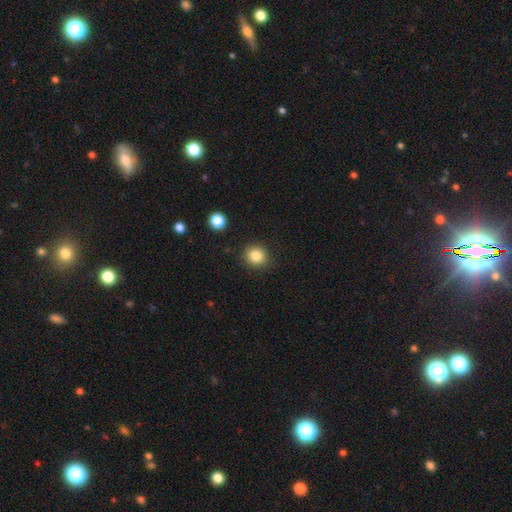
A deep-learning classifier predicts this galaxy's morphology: A smooth galaxy with no disk features (85%) that is round (85%).

Vote fractions:
- Smooth or featured? smooth: 85% / star or artifact: 10% / featured or disk: 5%
- How rounded? round: 85% / in between: 14% / cigar-shaped: 1%
- Merging? none: 88% / minor disturbance: 8% / major disturbance: 2% / merger: 2%